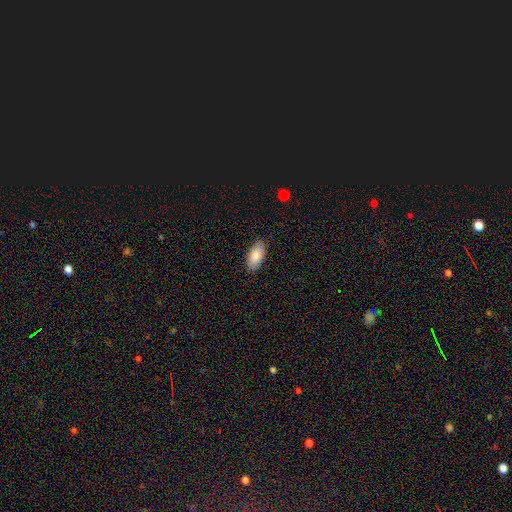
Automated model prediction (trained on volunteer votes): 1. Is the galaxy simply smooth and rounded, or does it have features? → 83% smooth, 11% featured or disk, 6% star or artifact.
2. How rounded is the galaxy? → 93% in between, 5% cigar-shaped, 2% round.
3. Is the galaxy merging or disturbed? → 87% none, 10% minor disturbance, 2% major disturbance, 1% merger.